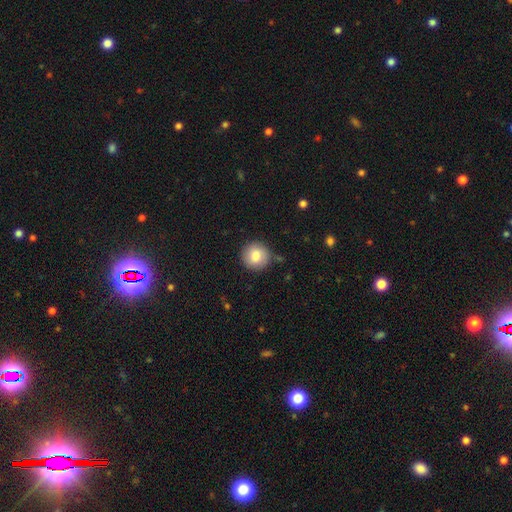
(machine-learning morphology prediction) A smooth galaxy with no disk features (83%) that is round (93%). Merging: none (85%).